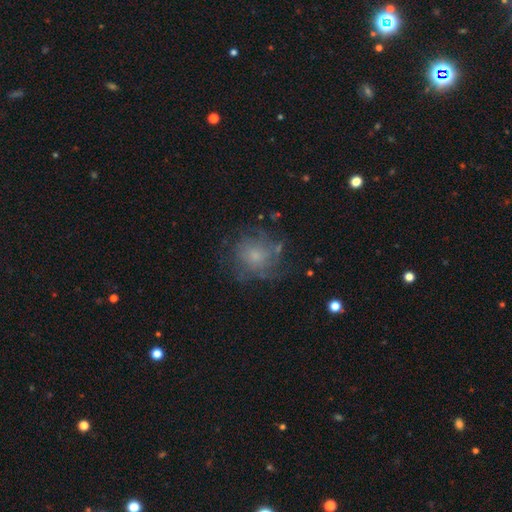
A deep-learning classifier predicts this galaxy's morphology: A featured or disk galaxy (44%).

Vote fractions:
- Smooth or featured? featured or disk: 44% / smooth: 41% / star or artifact: 14%
- Merging? none: 63% / minor disturbance: 19% / major disturbance: 15% / merger: 2%